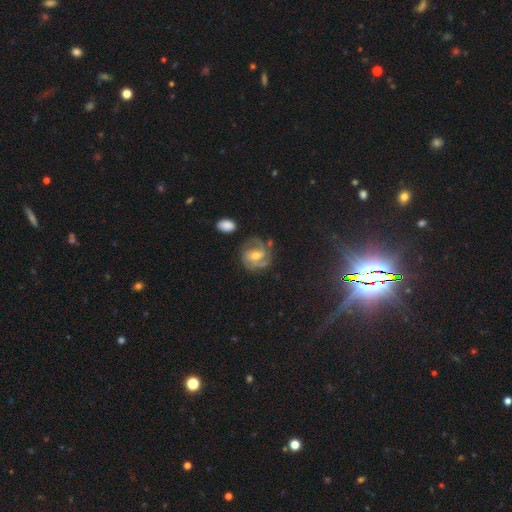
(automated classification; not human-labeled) smooth_or_featured: featured or disk (p=0.77) [alt: smooth p=0.15]
disk_edge_on: no (p=0.97) [alt: yes p=0.03]
bar: weak (p=0.46) [alt: no p=0.37]
has_spiral_arms: yes (p=0.94) [alt: no p=0.06]
spiral_winding: tight (p=0.51) [alt: medium p=0.39]
spiral_arm_count: 2 (p=0.42) [alt: 3 p=0.27]
bulge_size: moderate (p=0.62) [alt: small p=0.31]
merging: none (p=0.70) [alt: minor disturbance p=0.19]